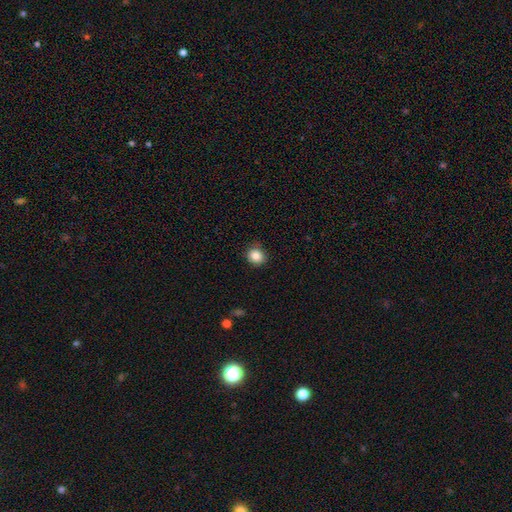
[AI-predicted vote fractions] Smooth or featured: smooth — 86% (star or artifact — 10%)
How rounded: round — 82% (in between — 17%)
Merging: none — 83% (minor disturbance — 13%)